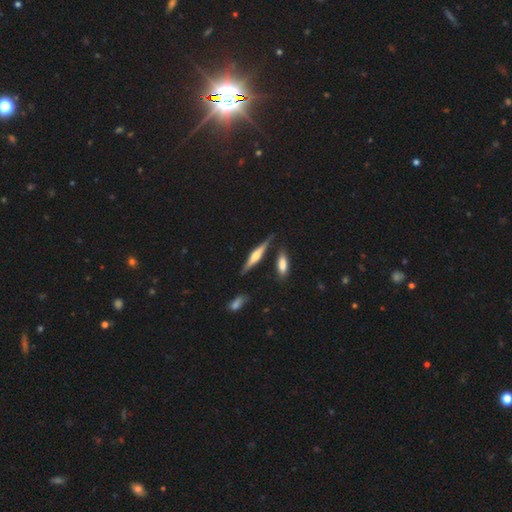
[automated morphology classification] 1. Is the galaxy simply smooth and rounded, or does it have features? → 67% featured or disk, 27% smooth, 6% star or artifact.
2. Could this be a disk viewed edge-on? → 97% yes, 3% no.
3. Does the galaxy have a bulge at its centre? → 85% rounded, 9% boxy, 5% none.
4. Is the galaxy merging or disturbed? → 79% none, 12% minor disturbance, 6% merger, 3% major disturbance.